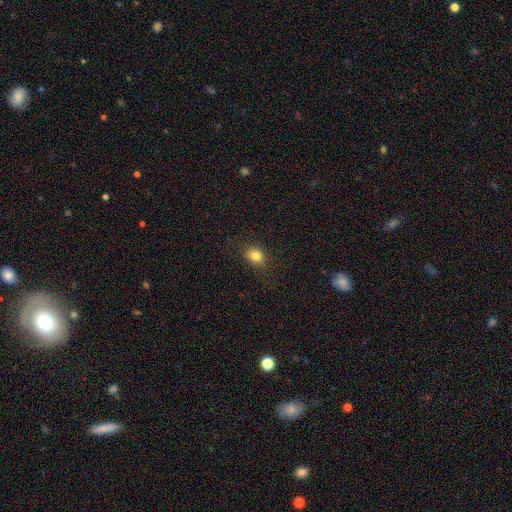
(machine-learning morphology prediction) Smooth or featured: smooth — 81% (star or artifact — 12%)
How rounded: round — 53% (in between — 46%)
Merging: none — 82% (minor disturbance — 13%)